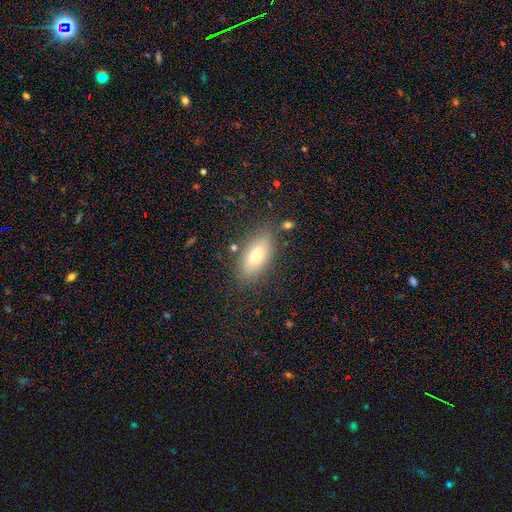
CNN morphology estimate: A smooth galaxy with no disk features (67%) that is in between round and cigar-shaped (83%).

Vote fractions:
- Smooth or featured? smooth: 67% / featured or disk: 24% / star or artifact: 9%
- How rounded? in between: 83% / cigar-shaped: 13% / round: 4%
- Merging? none: 80% / minor disturbance: 13% / major disturbance: 4% / merger: 3%